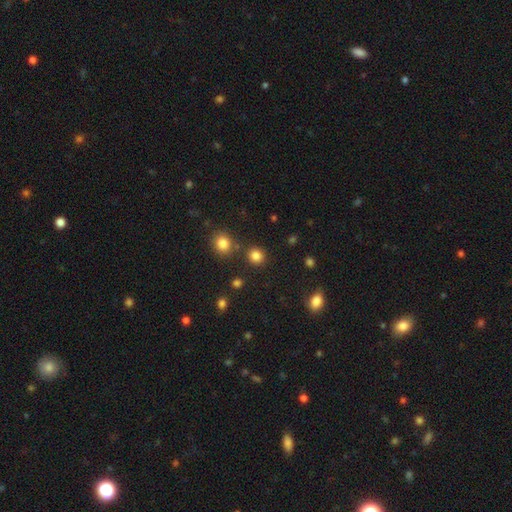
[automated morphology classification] This appears to be a smooth galaxy with no disk features (83%) that is round (87%). Merging: none (84%).